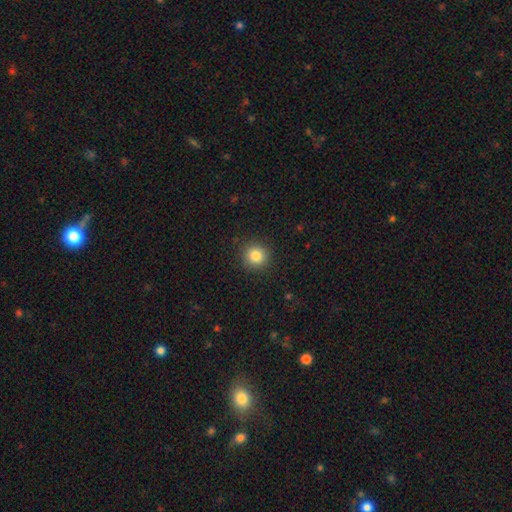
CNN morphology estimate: Smooth or featured: smooth — 83% (star or artifact — 11%)
How rounded: round — 93% (in between — 6%)
Merging: none — 90% (minor disturbance — 6%)